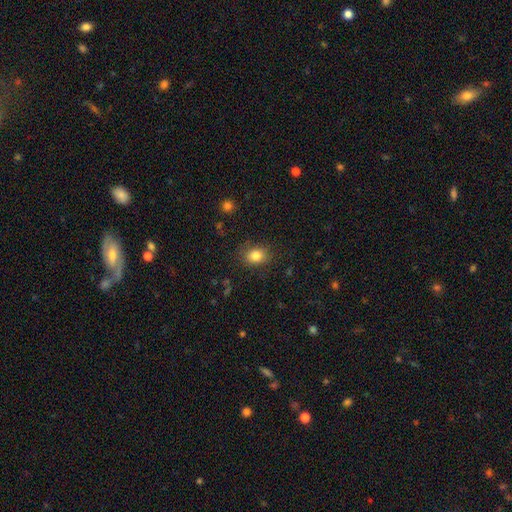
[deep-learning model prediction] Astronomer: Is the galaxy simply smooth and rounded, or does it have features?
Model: smooth — 82%.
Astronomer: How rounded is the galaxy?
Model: in between — 58% (runner-up: round, 41%).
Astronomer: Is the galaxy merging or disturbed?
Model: none — 82%.